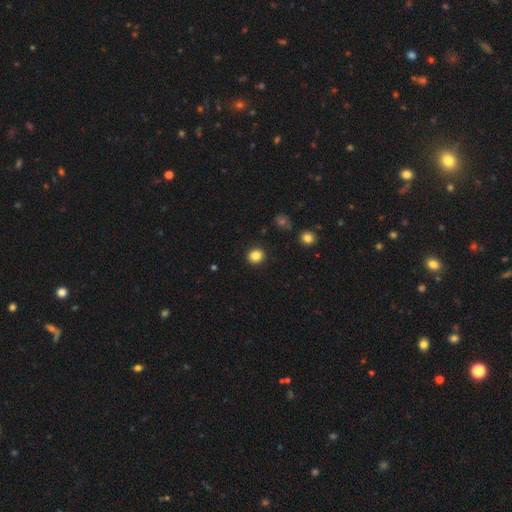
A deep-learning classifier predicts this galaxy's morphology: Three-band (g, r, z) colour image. It shows a smooth galaxy with no disk features (85%) that is round (85%). Merging: none (91%).